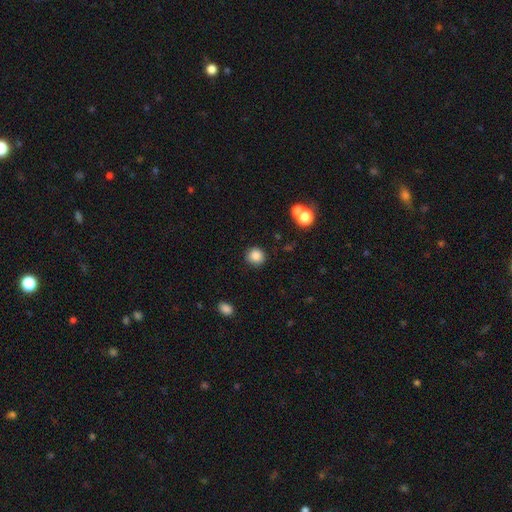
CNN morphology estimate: Q: Smooth or featured?
A: smooth (85%); runner-up: star or artifact (11%)
Q: How rounded?
A: round (90%); runner-up: in between (9%)
Q: Merging?
A: none (88%); runner-up: minor disturbance (7%)